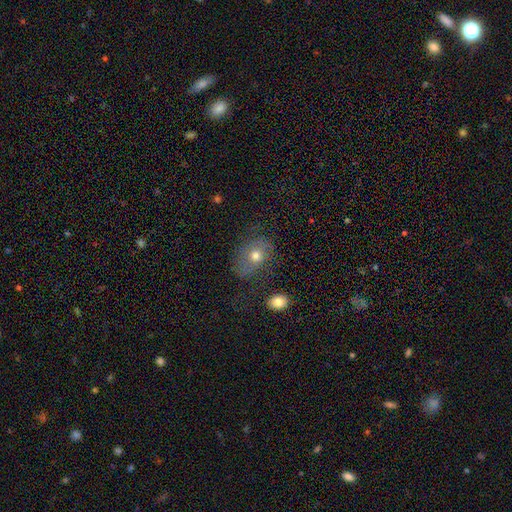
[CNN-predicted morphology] The model was most divided on "how rounded": in between: 57%, round: 42%, cigar-shaped: 1%. More confident: merging — none (59%); smooth or featured — smooth (58%).